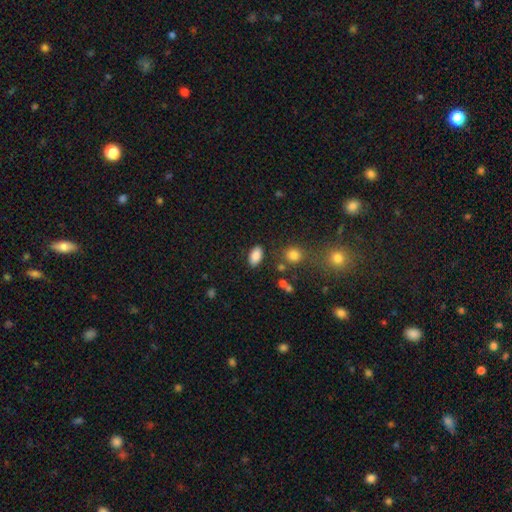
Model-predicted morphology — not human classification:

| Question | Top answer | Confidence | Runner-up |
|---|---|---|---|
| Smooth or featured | smooth | 86% | star or artifact (9%) |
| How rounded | in between | 92% | round (5%) |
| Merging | none | 84% | minor disturbance (10%) |